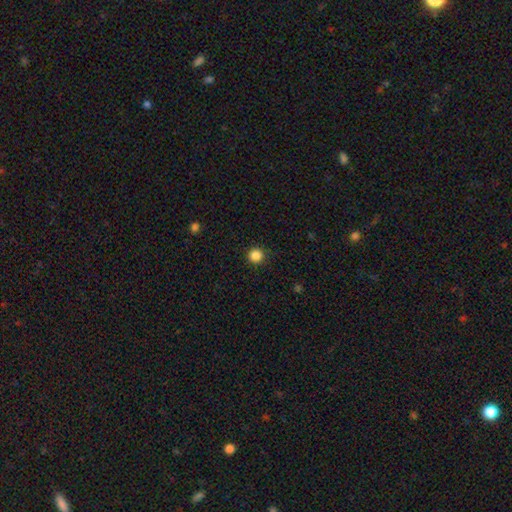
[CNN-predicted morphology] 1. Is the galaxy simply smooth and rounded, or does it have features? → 86% smooth, 11% star or artifact, 3% featured or disk.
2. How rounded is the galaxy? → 95% round, 4% in between, 1% cigar-shaped.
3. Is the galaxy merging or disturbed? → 92% none, 5% minor disturbance, 2% major disturbance, 1% merger.